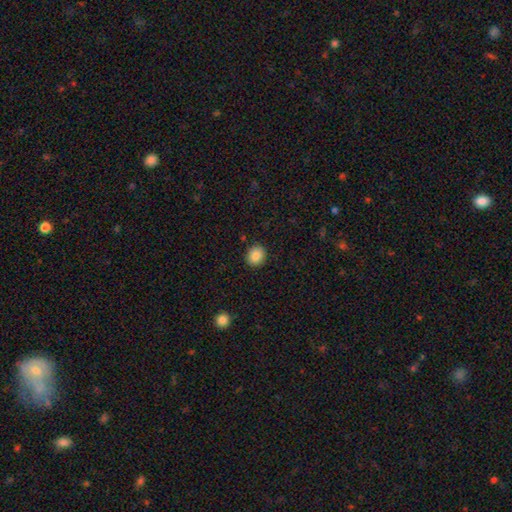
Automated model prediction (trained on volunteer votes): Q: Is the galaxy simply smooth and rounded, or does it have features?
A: smooth — 86%.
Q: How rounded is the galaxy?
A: round — 80%.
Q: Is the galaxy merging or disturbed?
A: none — 90%.